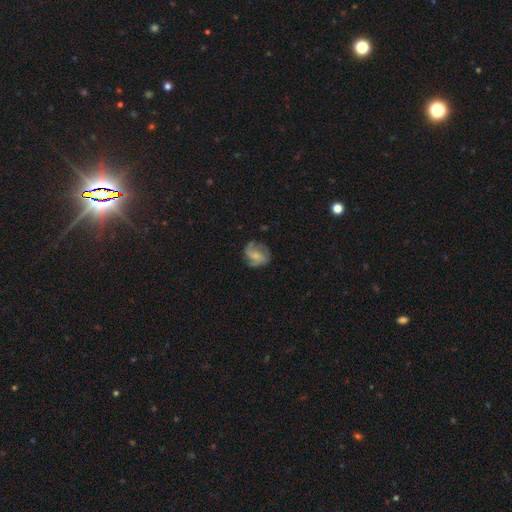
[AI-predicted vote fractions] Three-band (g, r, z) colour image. It shows a featured or disk galaxy (62%) with no bar (50%), 2 (55%) medium (47%) spiral arms (87%) and a small central bulge (49%). Merging: none (63%).